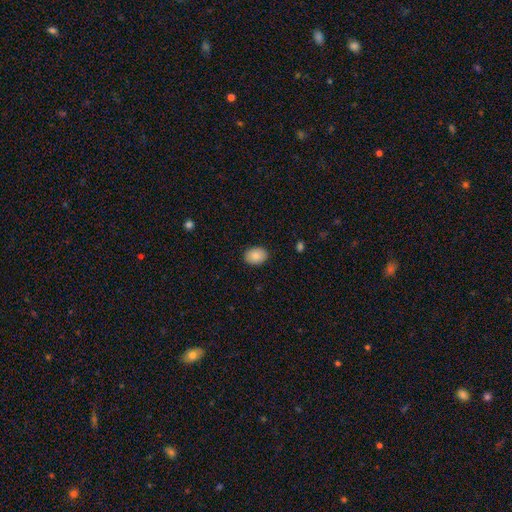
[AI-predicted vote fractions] Smooth or featured? Predicted: smooth (p=0.87). How rounded? Predicted: in between (p=0.75). Merging? Predicted: none (p=0.89).